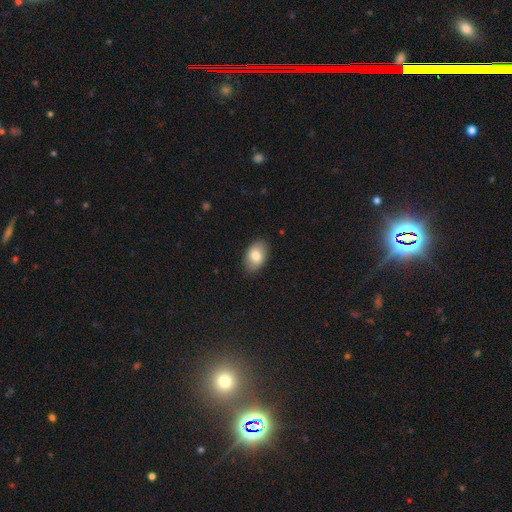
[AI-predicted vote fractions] Overall: smooth (81%). How rounded: in between (88%). Merging: none (86%).